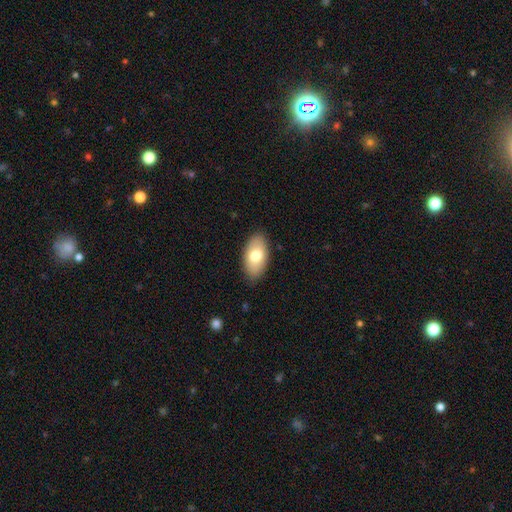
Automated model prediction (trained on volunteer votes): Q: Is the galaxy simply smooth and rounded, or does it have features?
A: smooth — 76%.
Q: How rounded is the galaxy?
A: in between — 94%.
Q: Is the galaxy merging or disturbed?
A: none — 85%.